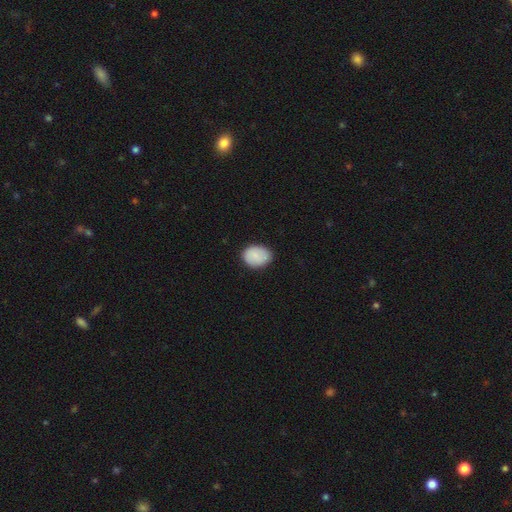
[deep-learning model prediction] The model was most divided on "how rounded": in between: 62%, round: 37%, cigar-shaped: 1%. More confident: smooth or featured — smooth (88%); merging — none (83%).